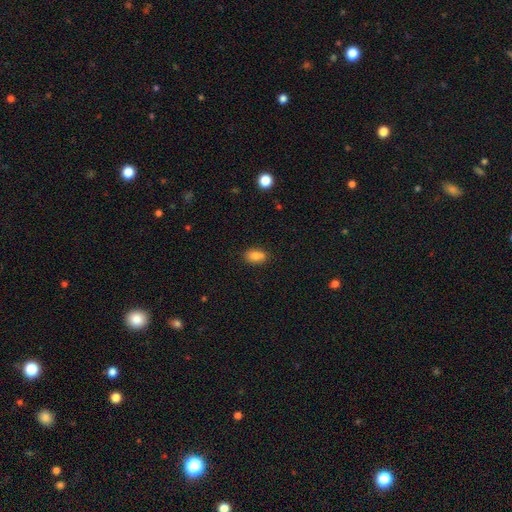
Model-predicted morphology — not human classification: type=smooth (82%); roundness=in between (81%); merging=none (77%).